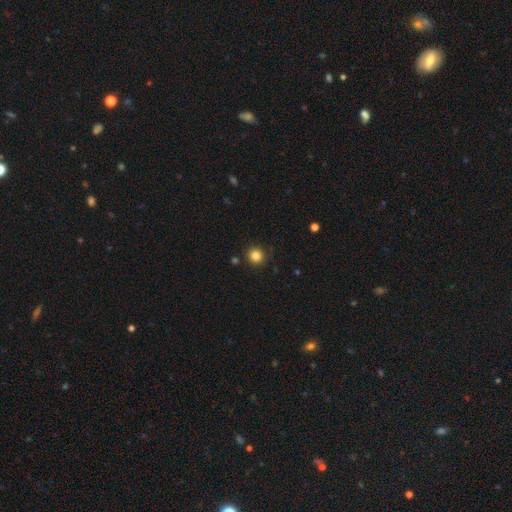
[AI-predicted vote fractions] This appears to be a smooth galaxy with no disk features (83%) that is round (94%). Merging: none (89%).